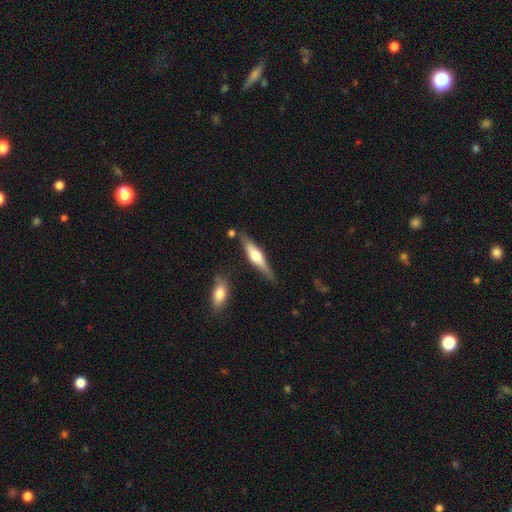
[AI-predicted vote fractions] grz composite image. It shows a featured or disk galaxy (60%) viewed edge-on (95%) with a rounded central bulge (87%). Merging: none (79%).